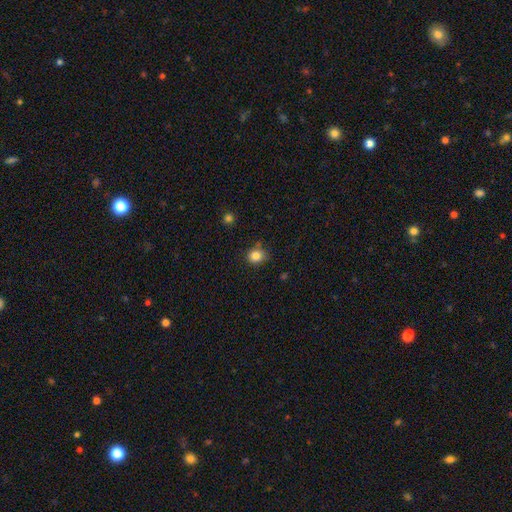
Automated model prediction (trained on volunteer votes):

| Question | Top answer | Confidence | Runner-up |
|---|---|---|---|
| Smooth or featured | smooth | 83% | star or artifact (11%) |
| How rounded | round | 74% | in between (26%) |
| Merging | none | 75% | minor disturbance (17%) |